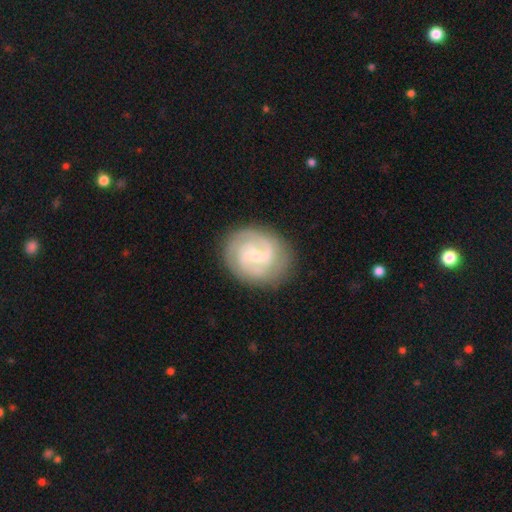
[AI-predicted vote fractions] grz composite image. It shows a featured or disk galaxy (83%) with a weak bar (57%), 2 (58%) tight (47%) spiral arms (95%) and a small central bulge (62%). Merging: none (82%).